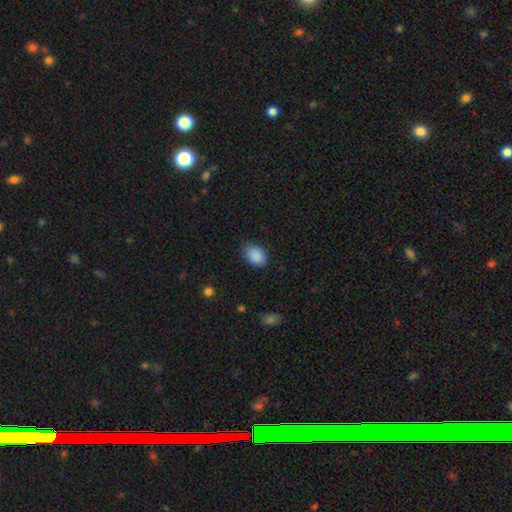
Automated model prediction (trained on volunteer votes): A smooth galaxy with no disk features (89%) that is in between round and cigar-shaped (79%).

Vote fractions:
- Smooth or featured? smooth: 89% / star or artifact: 8% / featured or disk: 3%
- How rounded? in between: 79% / round: 20% / cigar-shaped: 1%
- Merging? none: 80% / minor disturbance: 16% / major disturbance: 3% / merger: 1%